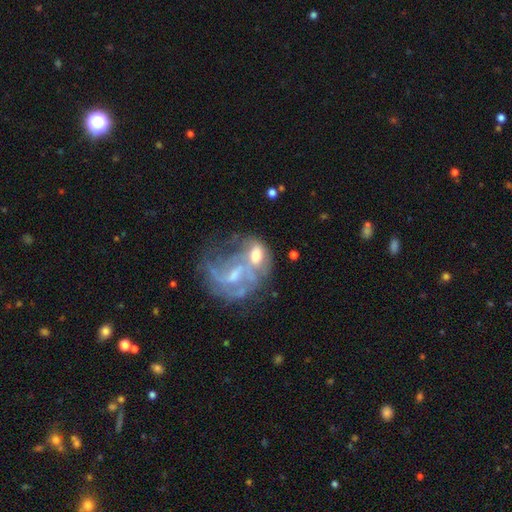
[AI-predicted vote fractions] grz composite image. It shows a featured or disk galaxy (60%) with no bar (52%), spiral arms (51%) and a moderate central bulge (47%). Merging: merger (52%).